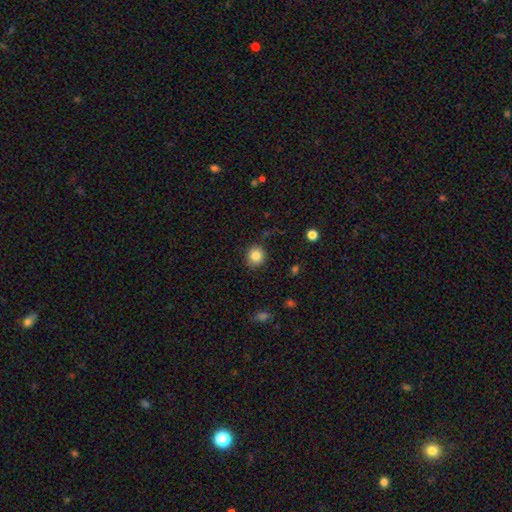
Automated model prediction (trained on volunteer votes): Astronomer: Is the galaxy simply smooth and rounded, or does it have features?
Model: smooth — 84%.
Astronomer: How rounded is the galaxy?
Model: round — 84%.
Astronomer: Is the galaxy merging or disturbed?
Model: none — 85%.